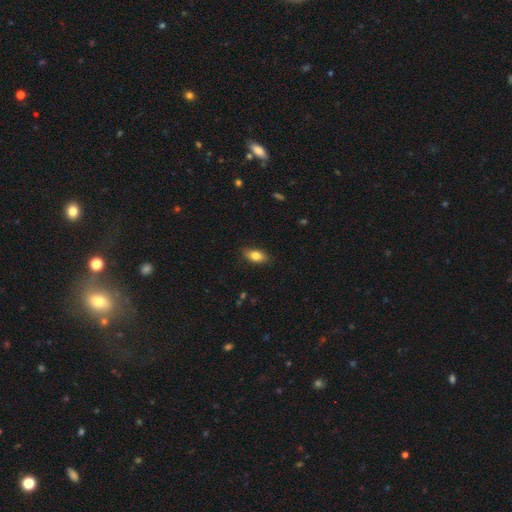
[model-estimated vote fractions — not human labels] smooth_or_featured: smooth (p=0.81) [alt: featured or disk p=0.11]
how_rounded: in between (p=0.86) [alt: cigar-shaped p=0.09]
merging: none (p=0.84) [alt: minor disturbance p=0.13]